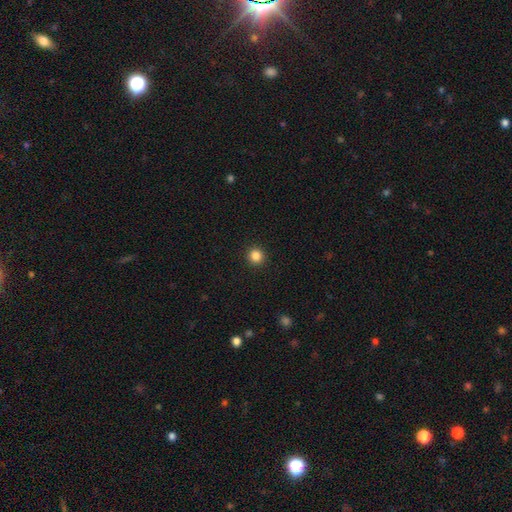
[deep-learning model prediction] Smooth or featured? smooth (85%)
How rounded? round (94%)
Merging? none (93%)